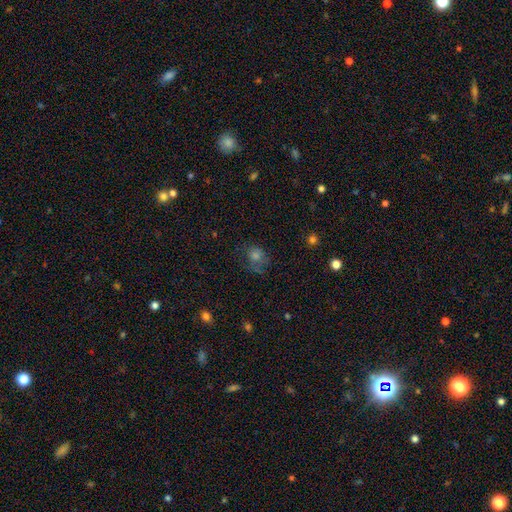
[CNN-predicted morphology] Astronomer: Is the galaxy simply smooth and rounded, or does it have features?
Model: smooth — 56%.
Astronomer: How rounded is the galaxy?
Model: round — 71%.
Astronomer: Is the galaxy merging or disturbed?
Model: none — 61%.